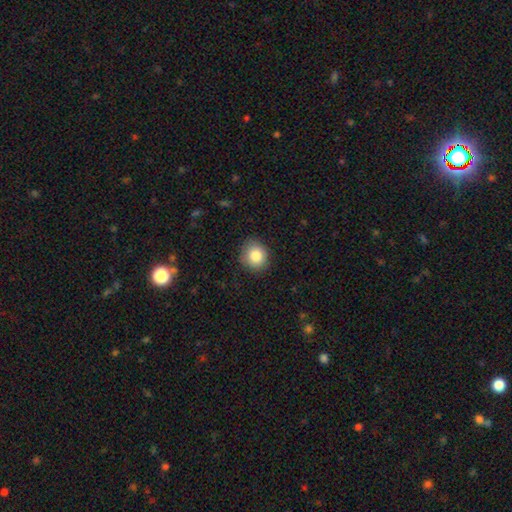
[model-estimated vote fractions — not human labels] This appears to be a smooth galaxy with no disk features (84%) that is round (77%). Merging: none (84%).